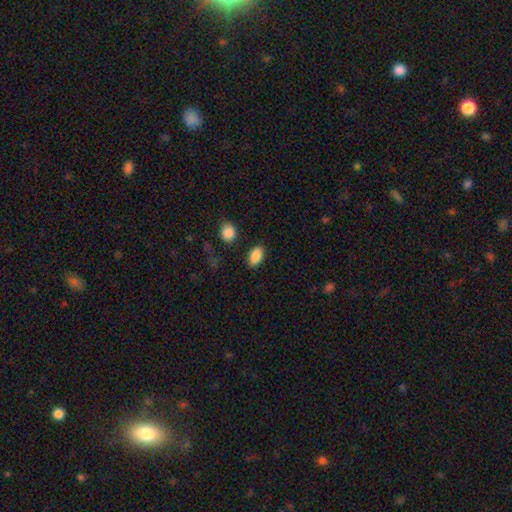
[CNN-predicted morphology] Smooth or featured? Predicted: smooth (p=0.87). How rounded? Predicted: in between (p=0.89). Merging? Predicted: none (p=0.83).